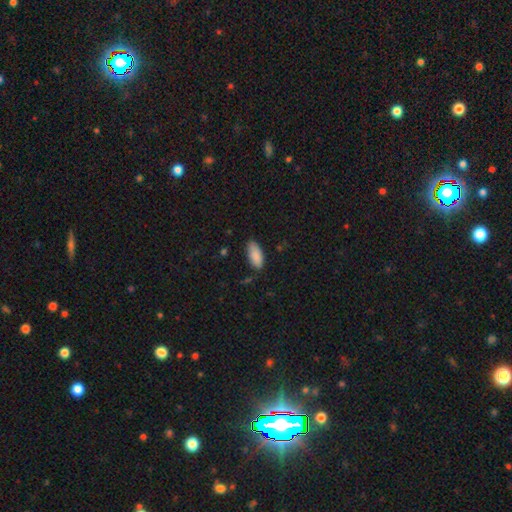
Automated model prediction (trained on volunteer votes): Q: Smooth or featured?
A: smooth (89%); runner-up: star or artifact (6%)
Q: How rounded?
A: in between (88%); runner-up: cigar-shaped (11%)
Q: Merging?
A: none (78%); runner-up: minor disturbance (17%)